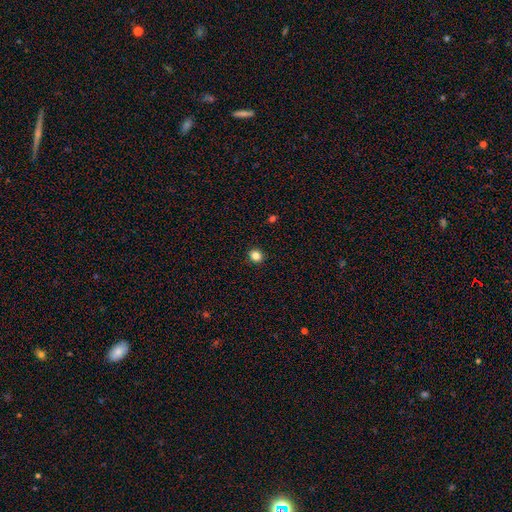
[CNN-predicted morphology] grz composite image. It shows a smooth galaxy with no disk features (84%) that is round (83%). Merging: none (92%).